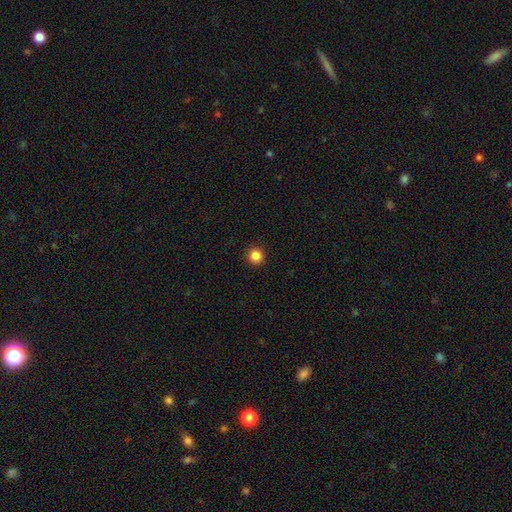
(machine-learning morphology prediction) Overall: smooth (85%). How rounded: round (95%). Merging: none (93%).